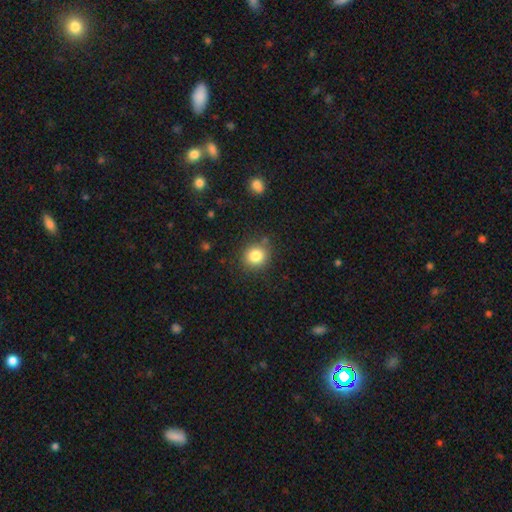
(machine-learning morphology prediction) The model was most divided on "how rounded": round: 85%, in between: 15%, cigar-shaped: 1%. More confident: merging — none (85%); smooth or featured — smooth (82%).